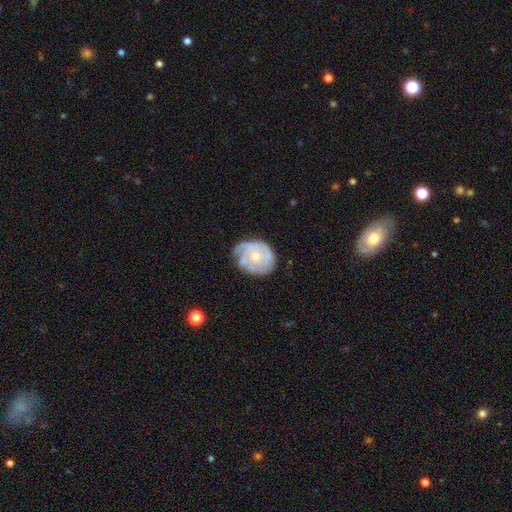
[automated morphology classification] The model was most divided on "bulge size": small: 57%, moderate: 38%, none: 2%, large: 1%, dominant: 1%. More confident: edge-on disk — no (97%); bar — no (84%); spiral arms — yes (73%); smooth or featured — featured or disk (66%); merging — none (56%).